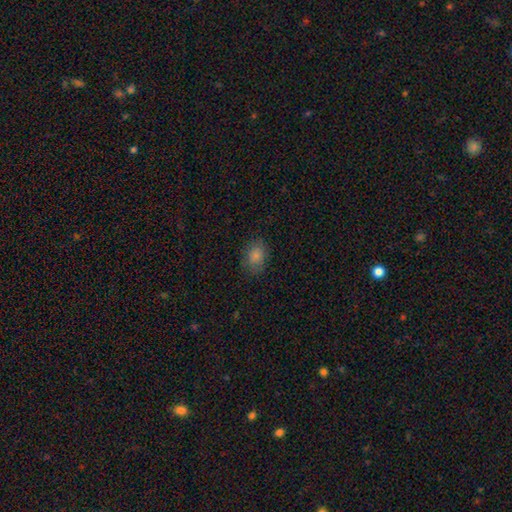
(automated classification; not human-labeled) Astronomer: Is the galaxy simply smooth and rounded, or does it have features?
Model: smooth — 84%.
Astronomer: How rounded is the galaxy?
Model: in between — 73%.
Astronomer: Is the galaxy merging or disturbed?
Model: none — 78%.